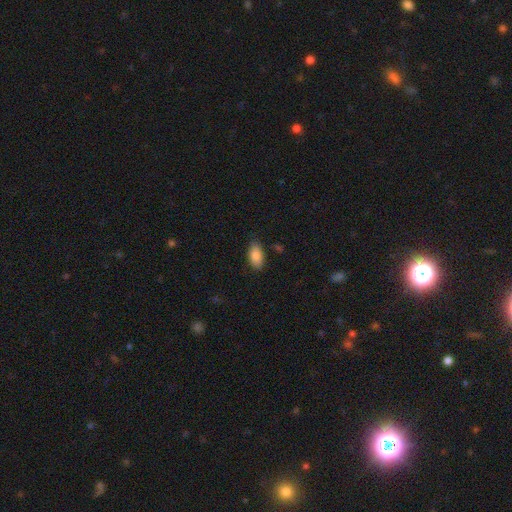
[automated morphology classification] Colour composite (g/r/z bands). It shows a smooth galaxy with no disk features (84%) that is in between round and cigar-shaped (92%). Merging: none (81%).